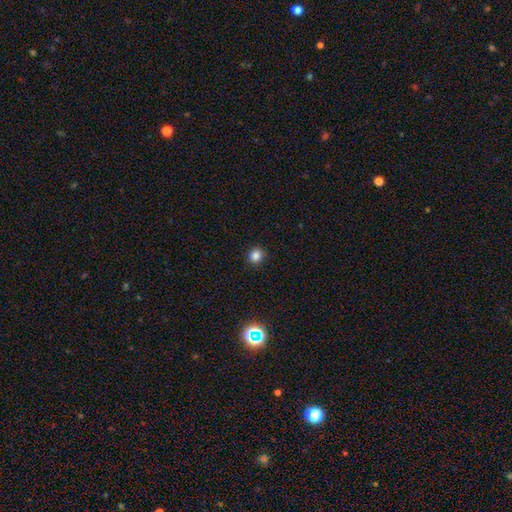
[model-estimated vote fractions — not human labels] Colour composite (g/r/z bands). It shows a smooth galaxy with no disk features (82%) that is round (92%). Merging: none (92%).